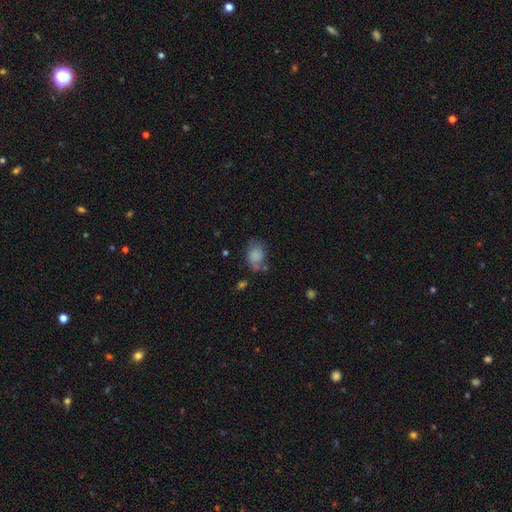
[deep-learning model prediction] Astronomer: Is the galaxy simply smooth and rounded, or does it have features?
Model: smooth — 80%.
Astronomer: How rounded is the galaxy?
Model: in between — 65%.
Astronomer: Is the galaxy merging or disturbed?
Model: none — 49% (runner-up: minor disturbance, 28%).